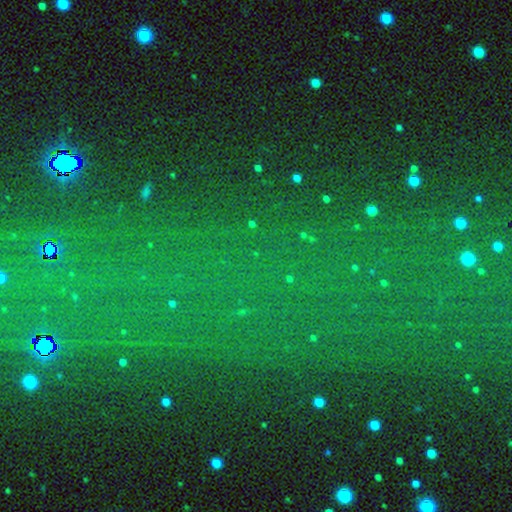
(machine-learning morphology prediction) Smooth or featured? star or artifact (79%)